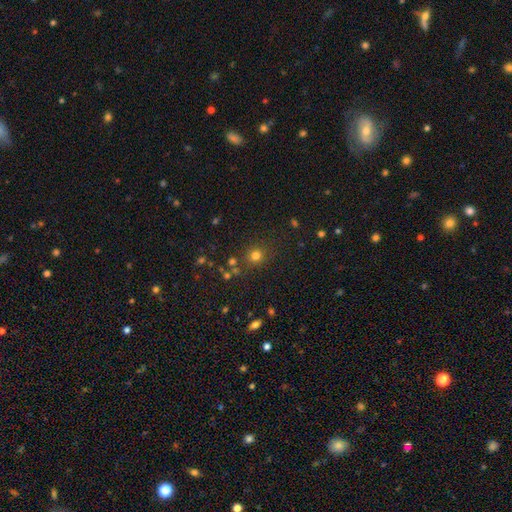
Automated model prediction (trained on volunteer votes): Smooth or featured?
  - smooth: 75% *
  - star or artifact: 19%
  - featured or disk: 6%
How rounded?
  - round: 89% *
  - in between: 10%
  - cigar-shaped: 1%
Merging?
  - none: 82% *
  - minor disturbance: 9%
  - merger: 5%
  - major disturbance: 4%